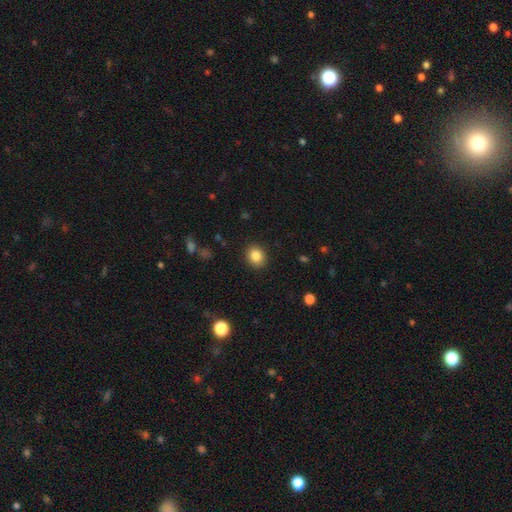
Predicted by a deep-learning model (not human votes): Smooth or featured? Predicted: smooth (p=0.85). How rounded? Predicted: round (p=0.65). Merging? Predicted: none (p=0.90).